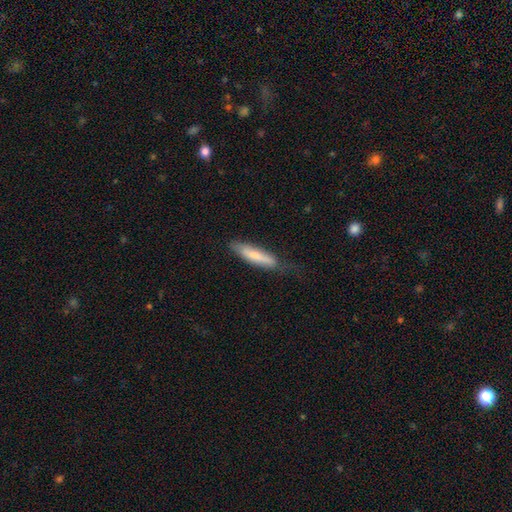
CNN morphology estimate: smooth-or-featured: smooth: 72% | featured or disk: 22% | star or artifact: 6%
  how-rounded: cigar-shaped: 81% | in between: 17% | round: 1%
  merging: none: 63% | minor disturbance: 27% | major disturbance: 8% | merger: 2%